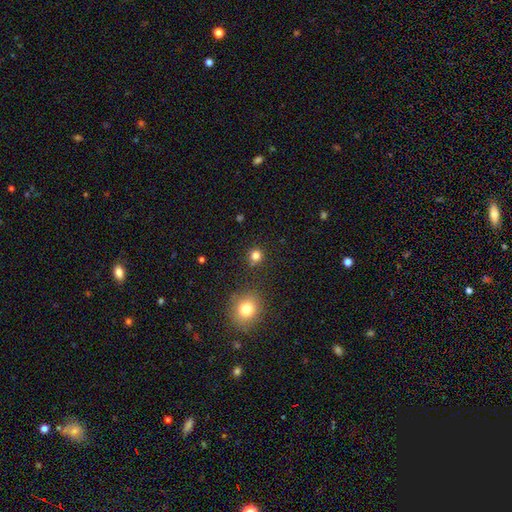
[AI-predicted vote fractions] Smooth or featured: smooth — 80% (star or artifact — 15%)
How rounded: round — 92% (in between — 7%)
Merging: none — 87% (minor disturbance — 6%)